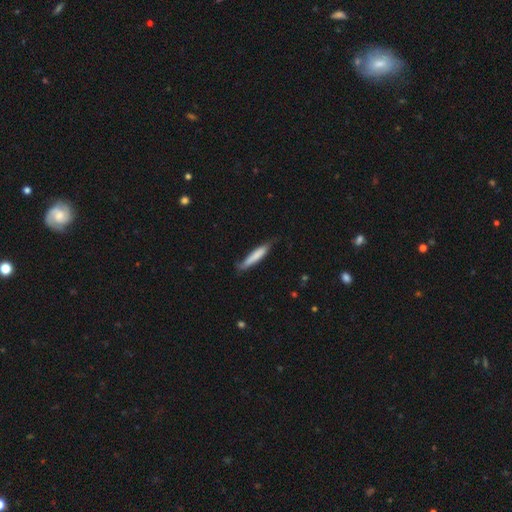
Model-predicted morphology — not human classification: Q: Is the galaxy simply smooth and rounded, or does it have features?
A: smooth — 74%.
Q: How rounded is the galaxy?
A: cigar-shaped — 90%.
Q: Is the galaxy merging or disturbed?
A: none — 63%.